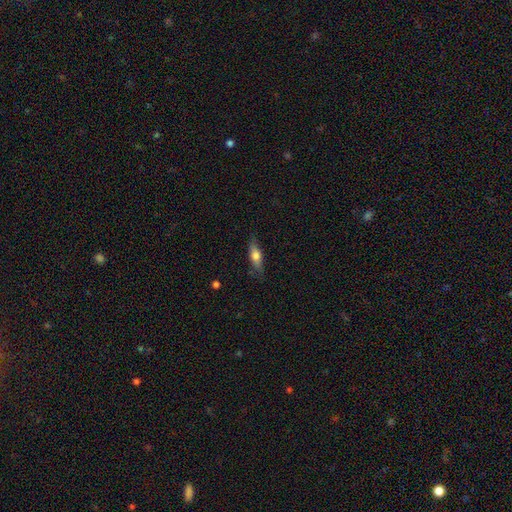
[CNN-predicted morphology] type=smooth (61%); roundness=cigar-shaped (50%); merging=none (79%).